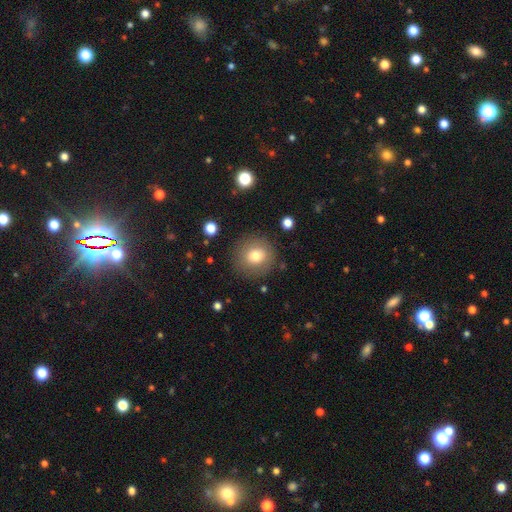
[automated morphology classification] Smooth or featured? smooth (76%)
How rounded? round (92%)
Merging? none (86%)